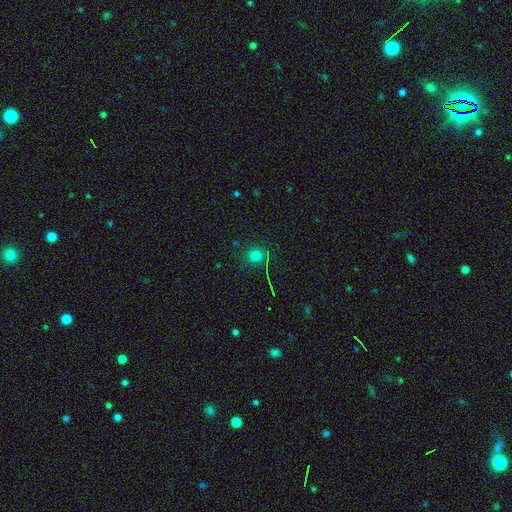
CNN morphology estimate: A smooth galaxy with no disk features (73%) that is round (89%). Merging: none (85%).